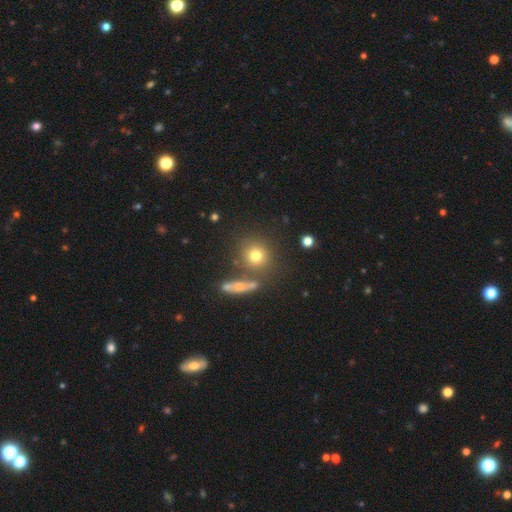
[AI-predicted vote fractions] The model was most divided on "smooth or featured": smooth: 74%, star or artifact: 14%, featured or disk: 12%. More confident: how rounded — round (87%); merging — none (74%).